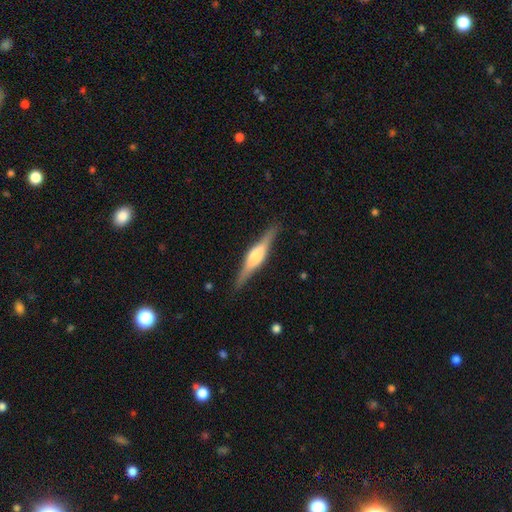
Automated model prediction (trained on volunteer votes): Smooth or featured: featured or disk — 77% (smooth — 18%)
Edge-on disk: yes — 98% (no — 2%)
Edge-on bulge: rounded — 76% (boxy — 20%)
Merging: none — 90% (minor disturbance — 8%)